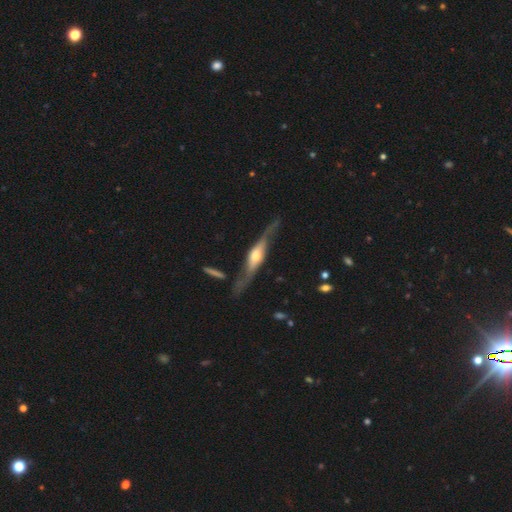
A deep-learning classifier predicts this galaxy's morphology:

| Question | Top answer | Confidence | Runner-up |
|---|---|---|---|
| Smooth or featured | featured or disk | 79% | smooth (17%) |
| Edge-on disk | yes | 83% | no (17%) |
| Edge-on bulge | rounded | 87% | boxy (10%) |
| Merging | none | 66% | minor disturbance (19%) |